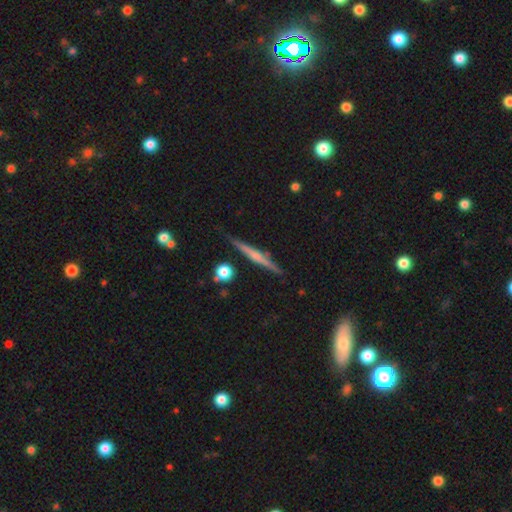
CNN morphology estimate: A featured or disk galaxy (64%) viewed edge-on (97%) with a rounded central bulge (51%).

Vote fractions:
- Smooth or featured? featured or disk: 64% / smooth: 29% / star or artifact: 7%
- Edge-on disk? yes: 97% / no: 3%
- Edge-on bulge? rounded: 51% / none: 35% / boxy: 13%
- Merging? none: 86% / minor disturbance: 10% / merger: 2% / major disturbance: 2%